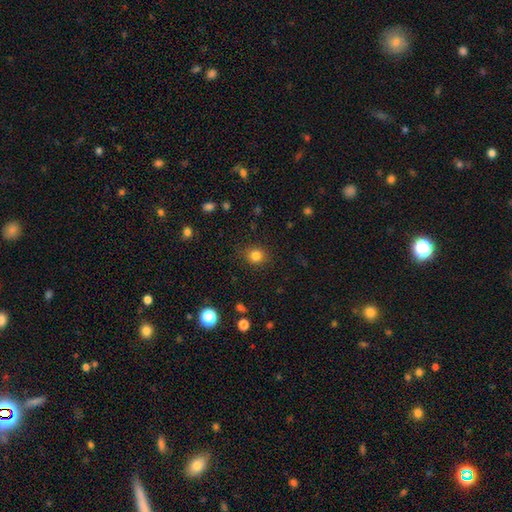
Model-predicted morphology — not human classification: Q: Smooth or featured?
A: smooth (82%); runner-up: star or artifact (13%)
Q: How rounded?
A: round (82%); runner-up: in between (17%)
Q: Merging?
A: none (86%); runner-up: minor disturbance (10%)